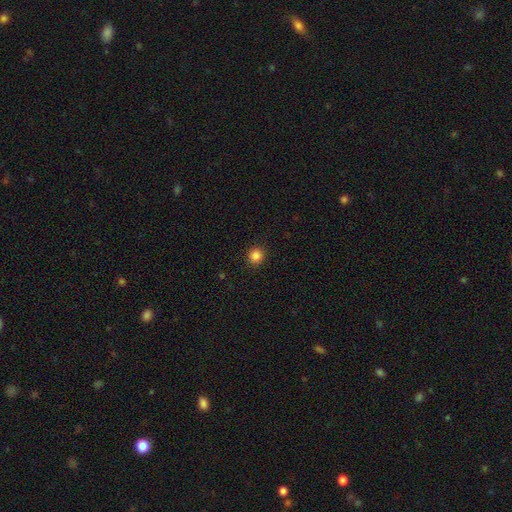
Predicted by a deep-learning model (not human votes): Smooth or featured: smooth — 85% (star or artifact — 12%)
How rounded: round — 93% (in between — 6%)
Merging: none — 92% (minor disturbance — 5%)